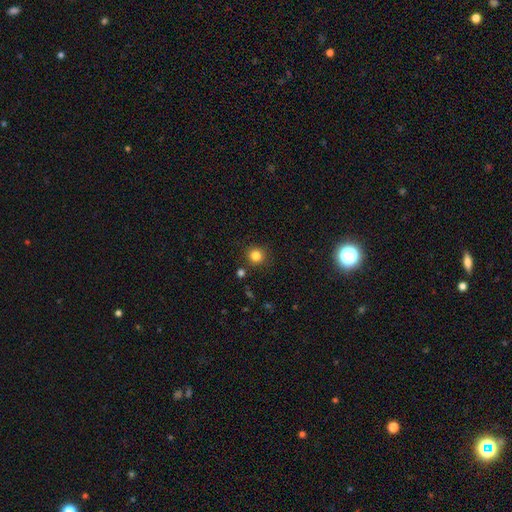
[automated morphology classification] Smooth or featured? Predicted: smooth (p=0.82). How rounded? Predicted: round (p=0.92). Merging? Predicted: none (p=0.86).